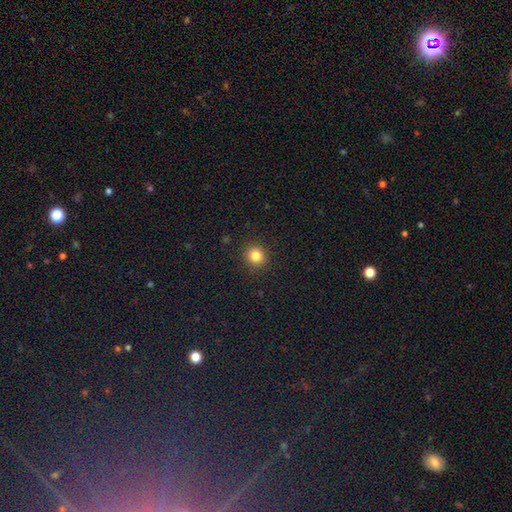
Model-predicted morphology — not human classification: Smooth or featured? Predicted: smooth (p=0.83). How rounded? Predicted: round (p=0.87). Merging? Predicted: none (p=0.91).